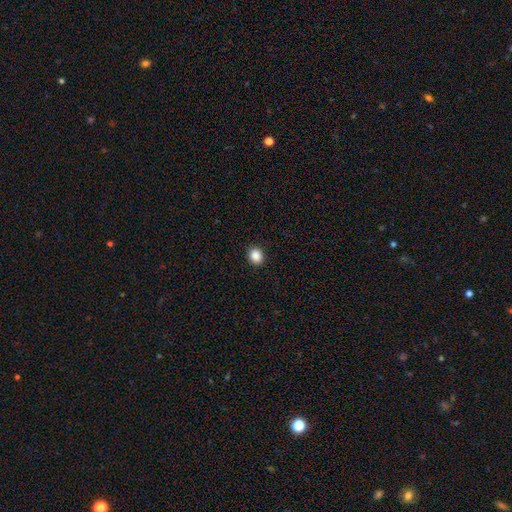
Overall: smooth (90%). How rounded: round (51%; in between 49%). Merging: none (89%).